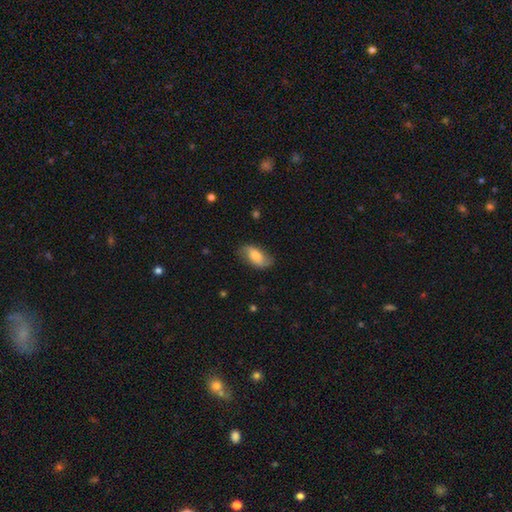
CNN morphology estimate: This appears to be a smooth galaxy with no disk features (55%) that is in between round and cigar-shaped (90%). Merging: none (76%).